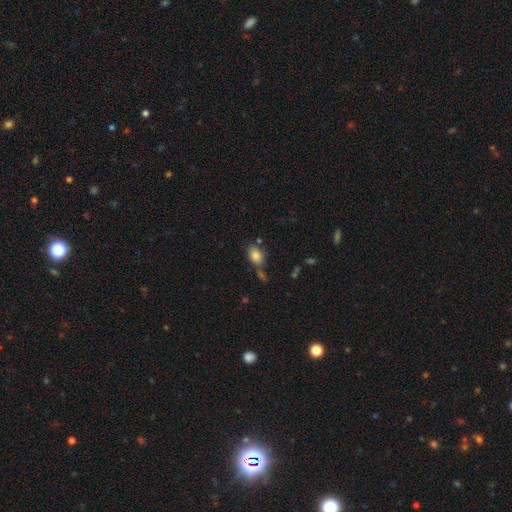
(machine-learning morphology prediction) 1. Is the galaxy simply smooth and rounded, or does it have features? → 82% smooth, 9% star or artifact, 9% featured or disk.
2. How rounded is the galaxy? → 78% in between, 21% round, 1% cigar-shaped.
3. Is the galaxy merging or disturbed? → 66% none, 15% minor disturbance, 14% merger, 5% major disturbance.